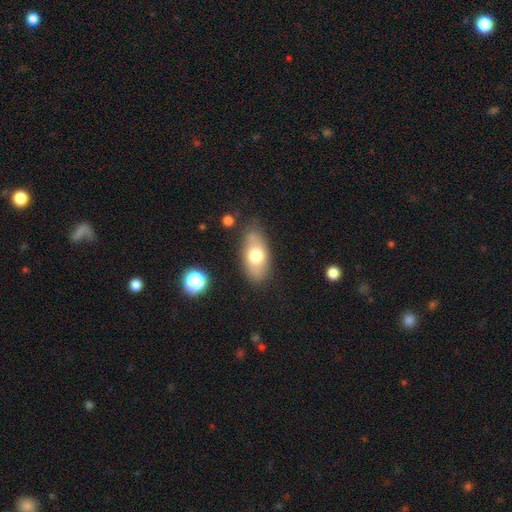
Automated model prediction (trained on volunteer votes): A smooth galaxy with no disk features (68%) that is in between round and cigar-shaped (88%). Merging: none (77%).